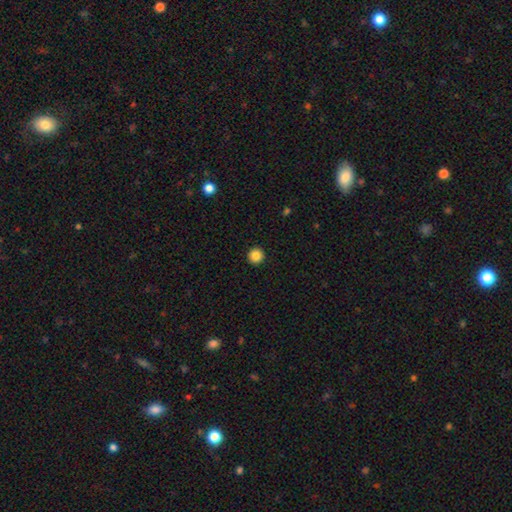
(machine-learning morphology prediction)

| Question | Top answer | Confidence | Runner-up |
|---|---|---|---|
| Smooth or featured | smooth | 86% | star or artifact (10%) |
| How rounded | round | 95% | in between (4%) |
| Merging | none | 94% | minor disturbance (4%) |